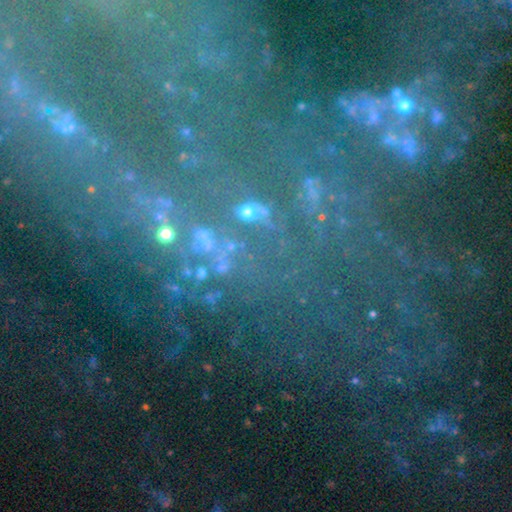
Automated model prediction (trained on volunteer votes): Smooth or featured? Predicted: star or artifact (p=0.58).